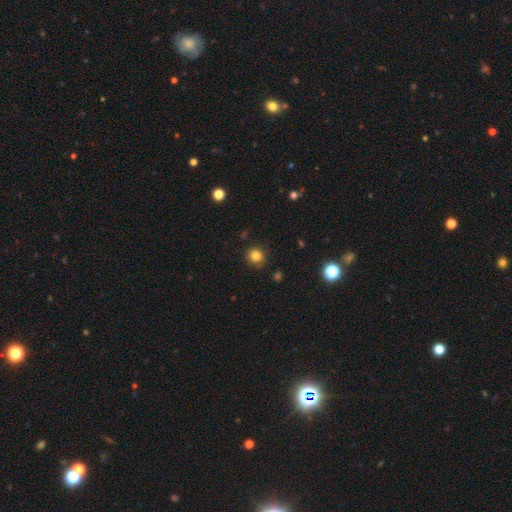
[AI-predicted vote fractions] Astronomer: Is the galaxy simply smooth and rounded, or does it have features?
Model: smooth — 82%.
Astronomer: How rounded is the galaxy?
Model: round — 91%.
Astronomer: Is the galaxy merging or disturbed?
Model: none — 86%.